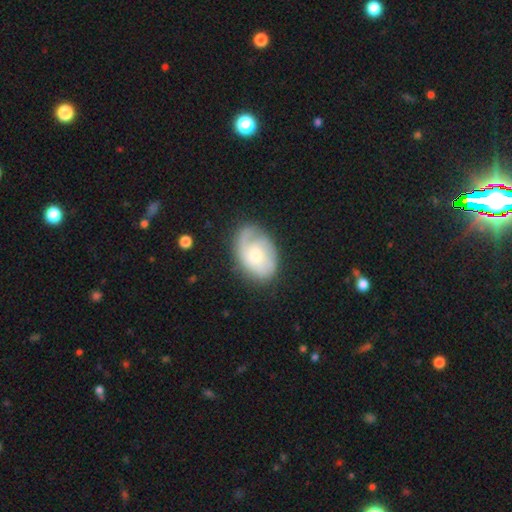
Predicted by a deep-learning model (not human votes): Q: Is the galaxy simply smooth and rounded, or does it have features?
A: featured or disk — 62%.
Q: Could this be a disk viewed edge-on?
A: no — 96%.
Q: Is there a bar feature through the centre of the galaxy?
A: no — 71%.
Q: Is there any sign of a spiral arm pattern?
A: yes — 85%.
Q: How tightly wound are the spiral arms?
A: tight — 40%.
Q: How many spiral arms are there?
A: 2 — 34%.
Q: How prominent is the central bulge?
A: moderate — 47%.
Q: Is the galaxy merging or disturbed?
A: none — 64%.